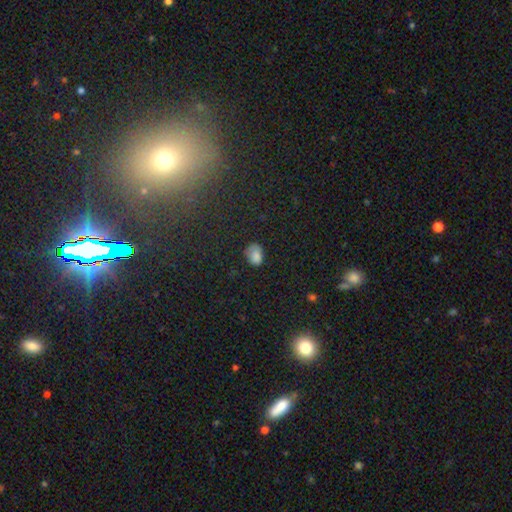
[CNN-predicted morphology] smooth 81%, star or artifact 13%, featured or disk 6%. Down the decision tree: how rounded — in between (78%); merging — none (64%).